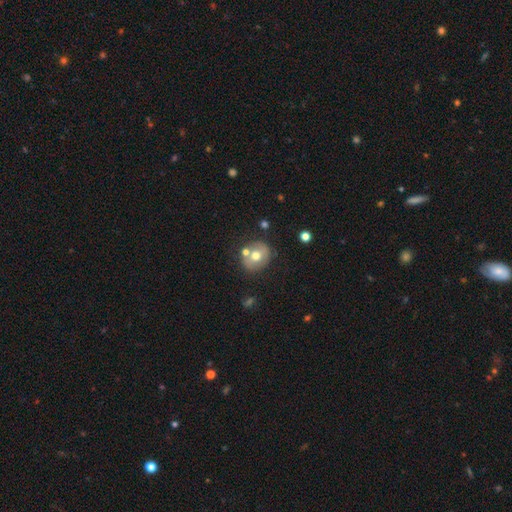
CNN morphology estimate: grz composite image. It shows a smooth galaxy with no disk features (58%) that is round (73%). Merging: none (68%).